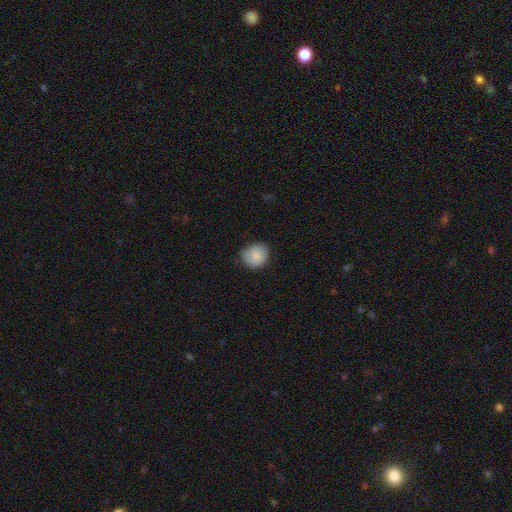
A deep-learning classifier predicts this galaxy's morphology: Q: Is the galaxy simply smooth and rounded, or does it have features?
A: smooth — 84%.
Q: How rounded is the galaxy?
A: round — 77%.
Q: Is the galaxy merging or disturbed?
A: none — 68%.